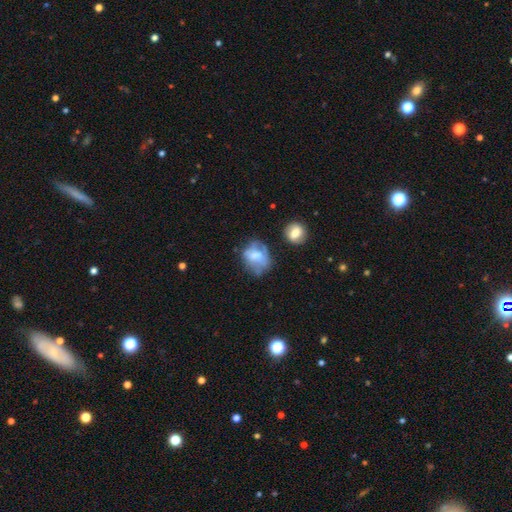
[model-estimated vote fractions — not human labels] smooth-or-featured: smooth: 52% | featured or disk: 38% | star or artifact: 10%
  how-rounded: in between: 51% | round: 48% | cigar-shaped: 1%
  merging: none: 41% | minor disturbance: 28% | major disturbance: 21% | merger: 10%